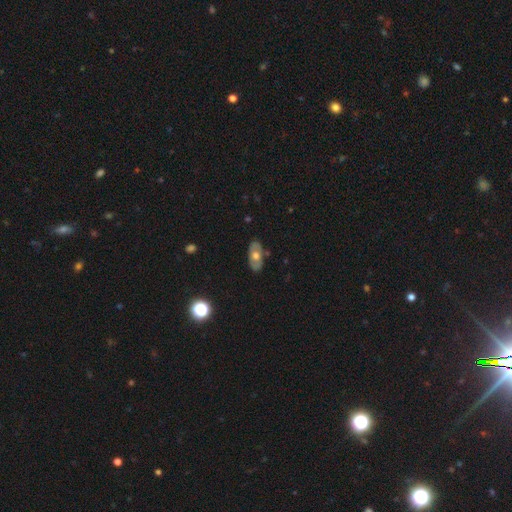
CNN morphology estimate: Smooth or featured?
  - featured or disk: 48% *
  - smooth: 45%
  - star or artifact: 7%
Merging?
  - none: 83% *
  - minor disturbance: 13%
  - major disturbance: 3%
  - merger: 2%